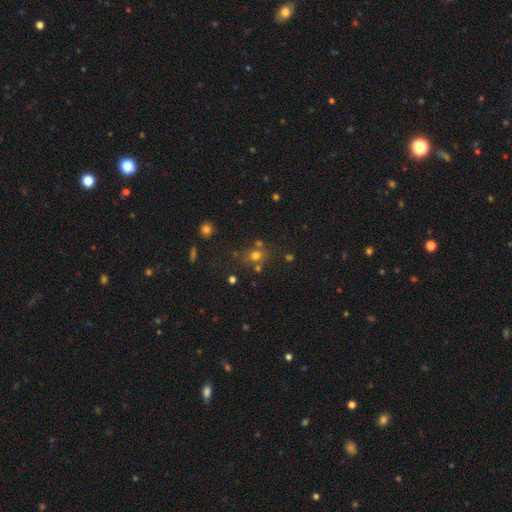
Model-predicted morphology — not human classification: type=smooth (68%); roundness=round (72%); merging=none (66%).